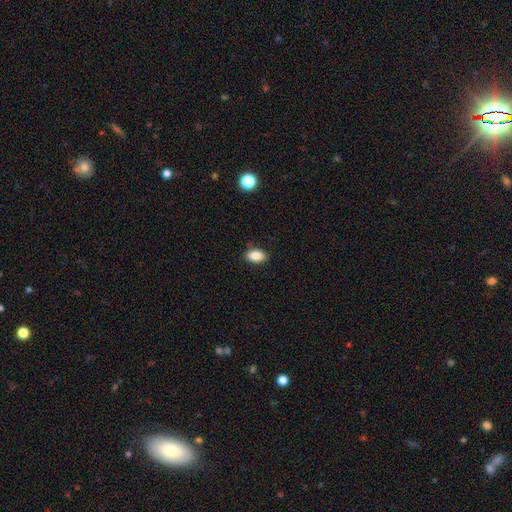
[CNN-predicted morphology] This appears to be a smooth galaxy with no disk features (87%) that is in between round and cigar-shaped (90%). Merging: none (87%).